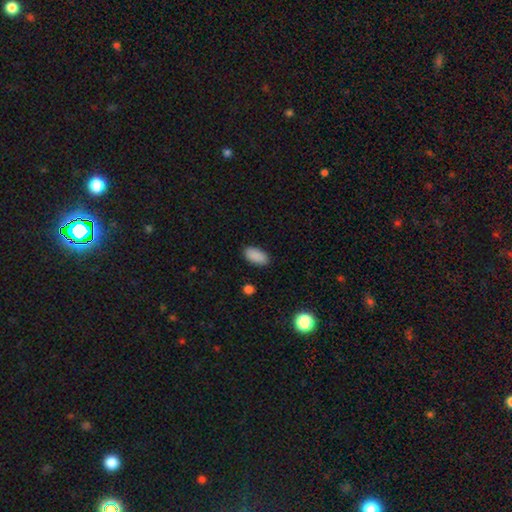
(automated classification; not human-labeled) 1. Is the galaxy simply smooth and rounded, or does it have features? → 90% smooth, 7% star or artifact, 3% featured or disk.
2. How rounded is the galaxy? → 93% in between, 4% cigar-shaped, 3% round.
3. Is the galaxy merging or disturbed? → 88% none, 9% minor disturbance, 2% major disturbance, 1% merger.